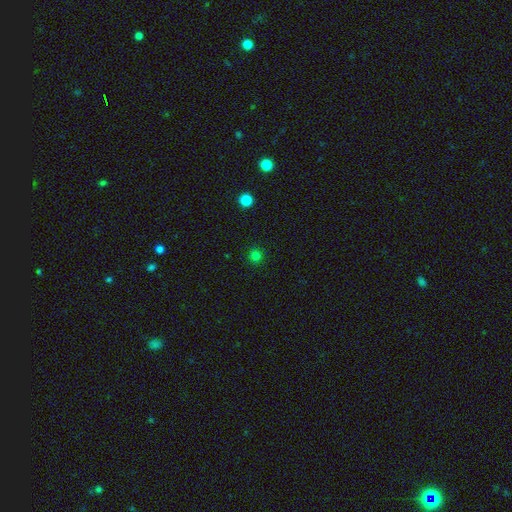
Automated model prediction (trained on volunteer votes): smooth 78%, star or artifact 18%, featured or disk 4%. Down the decision tree: how rounded — round (94%); merging — none (91%).